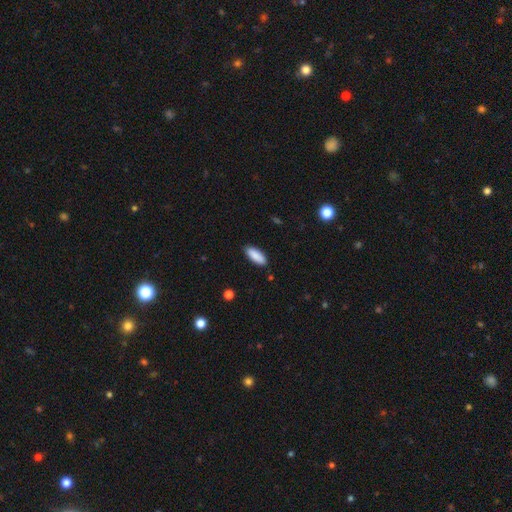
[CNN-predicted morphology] Smooth or featured?
  - smooth: 89% *
  - star or artifact: 6%
  - featured or disk: 5%
How rounded?
  - in between: 76% *
  - cigar-shaped: 23%
  - round: 2%
Merging?
  - none: 88% *
  - minor disturbance: 9%
  - major disturbance: 2%
  - merger: 1%